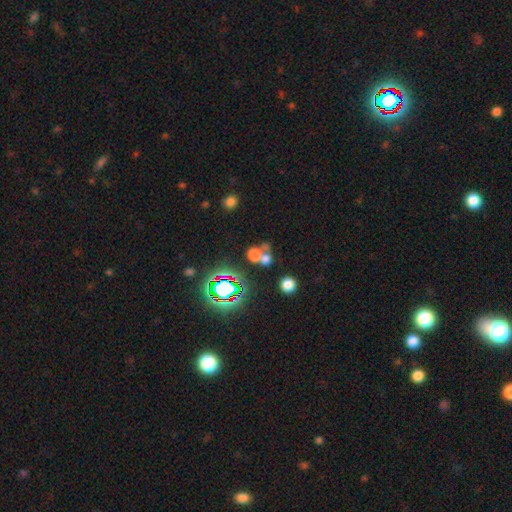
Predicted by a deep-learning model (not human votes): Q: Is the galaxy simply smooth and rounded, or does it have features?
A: smooth — 58%.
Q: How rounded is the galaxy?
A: round — 70%.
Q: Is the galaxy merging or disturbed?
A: merger — 50%.